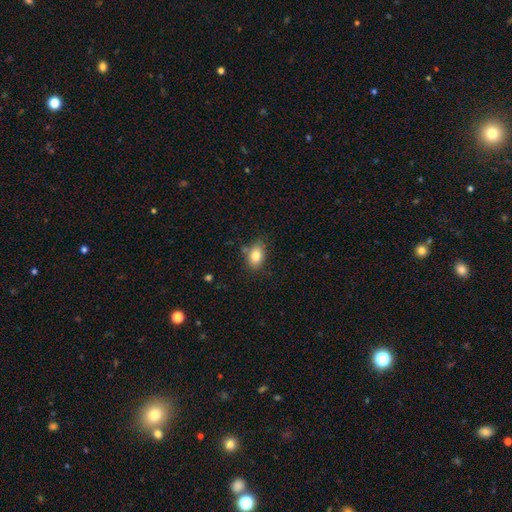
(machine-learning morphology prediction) Smooth or featured: smooth — 82% (star or artifact — 9%)
How rounded: in between — 79% (round — 20%)
Merging: none — 75% (minor disturbance — 17%)